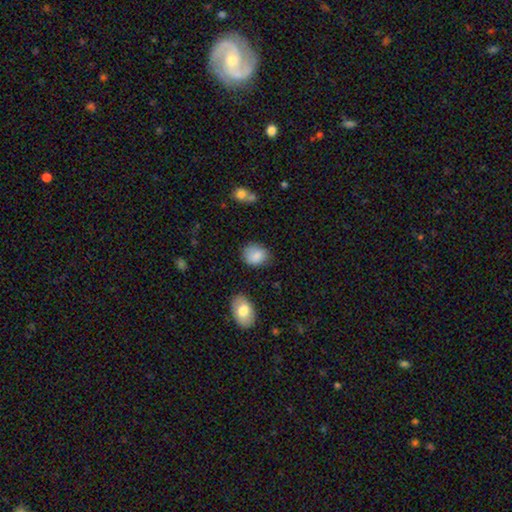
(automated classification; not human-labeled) Q: Smooth or featured?
A: smooth (86%); runner-up: star or artifact (8%)
Q: How rounded?
A: in between (51%); runner-up: round (48%)
Q: Merging?
A: none (75%); runner-up: minor disturbance (19%)